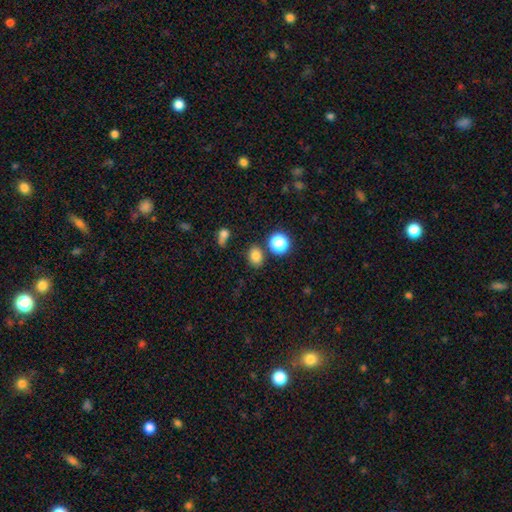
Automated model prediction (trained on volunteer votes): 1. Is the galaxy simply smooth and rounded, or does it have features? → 79% smooth, 16% star or artifact, 5% featured or disk.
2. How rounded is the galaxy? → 55% in between, 44% round, 1% cigar-shaped.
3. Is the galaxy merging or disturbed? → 80% none, 11% minor disturbance, 6% merger, 3% major disturbance.